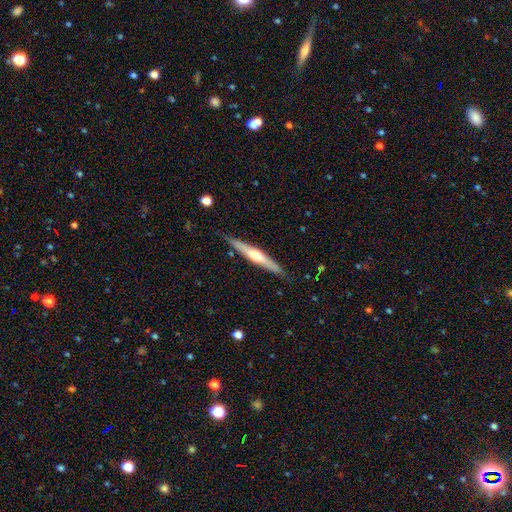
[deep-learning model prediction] Smooth or featured?
  - featured or disk: 61% *
  - smooth: 34%
  - star or artifact: 5%
Edge-on disk?
  - yes: 96% *
  - no: 4%
Edge-on bulge?
  - rounded: 87% *
  - none: 8%
  - boxy: 5%
Merging?
  - none: 85% *
  - minor disturbance: 11%
  - major disturbance: 2%
  - merger: 2%